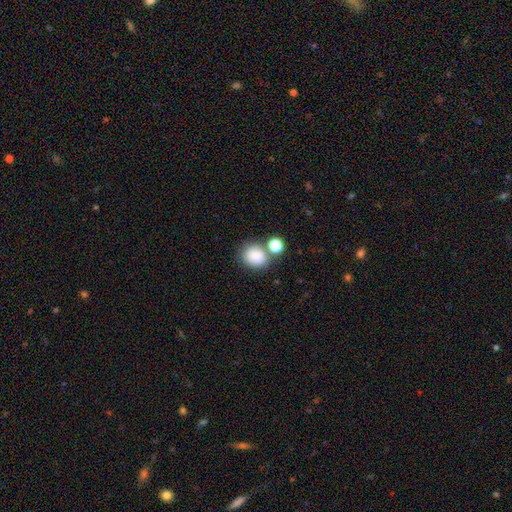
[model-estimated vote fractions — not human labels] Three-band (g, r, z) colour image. It shows a smooth galaxy with no disk features (83%) that is round (68%). Merging: none (59%).